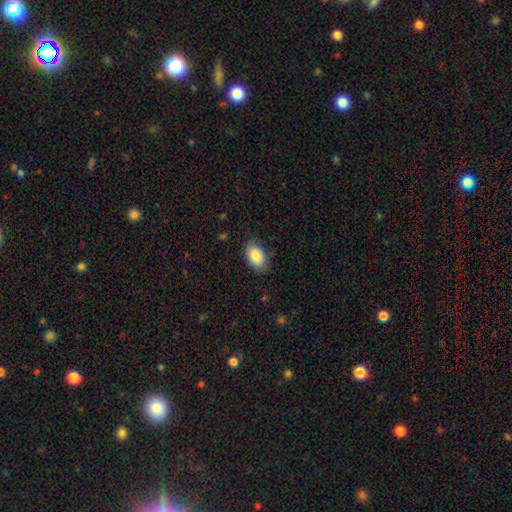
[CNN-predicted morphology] smooth_or_featured: smooth (p=0.85) [alt: featured or disk p=0.08]
how_rounded: in between (p=0.91) [alt: round p=0.08]
merging: none (p=0.75) [alt: minor disturbance p=0.19]